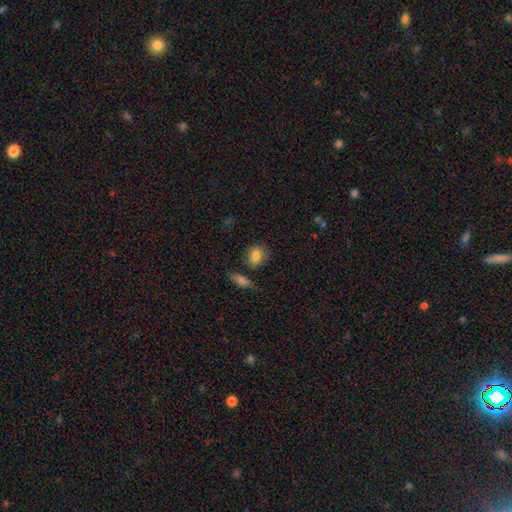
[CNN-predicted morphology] Q: Smooth or featured?
A: smooth (83%); runner-up: featured or disk (9%)
Q: How rounded?
A: in between (50%); runner-up: round (48%)
Q: Merging?
A: none (72%); runner-up: minor disturbance (17%)